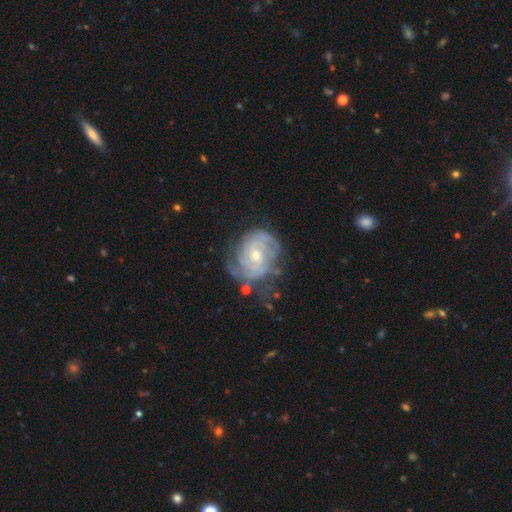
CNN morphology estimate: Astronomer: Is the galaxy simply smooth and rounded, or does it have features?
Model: featured or disk — 83%.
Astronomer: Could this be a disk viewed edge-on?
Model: no — 97%.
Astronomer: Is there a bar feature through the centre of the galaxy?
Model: no — 62%.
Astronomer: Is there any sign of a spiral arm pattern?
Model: yes — 92%.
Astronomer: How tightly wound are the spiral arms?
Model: tight — 60%.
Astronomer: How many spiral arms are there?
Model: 2 — 36% (runner-up: can't tell, 33%).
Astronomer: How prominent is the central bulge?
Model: moderate — 53% (runner-up: small, 43%).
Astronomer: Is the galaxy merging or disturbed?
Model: none — 61%.